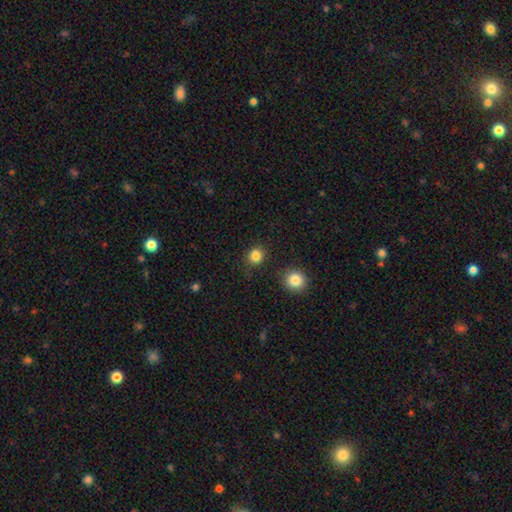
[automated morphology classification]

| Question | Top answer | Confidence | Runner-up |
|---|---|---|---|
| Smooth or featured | smooth | 84% | star or artifact (12%) |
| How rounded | round | 86% | in between (13%) |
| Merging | none | 87% | minor disturbance (7%) |